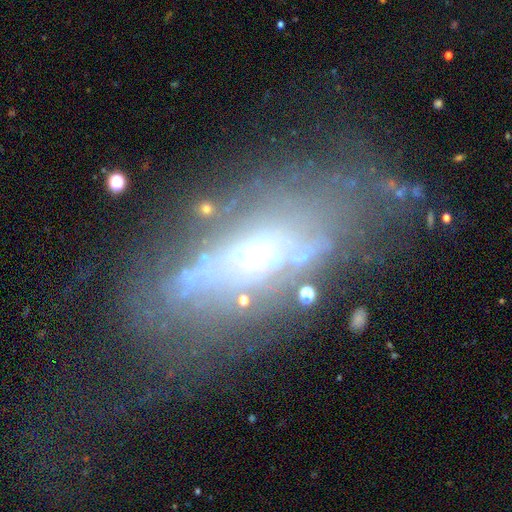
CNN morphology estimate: This appears to be a featured or disk galaxy (68%). Merging: none (49%).